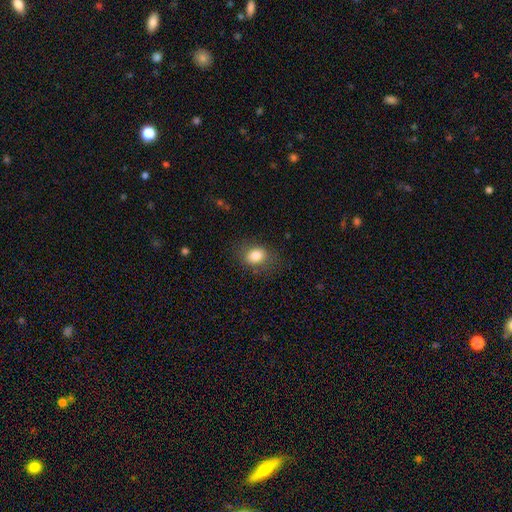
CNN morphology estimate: This is clearly a smooth galaxy (83%). How rounded: possibly in between (55%). Merging: likely none (77%).